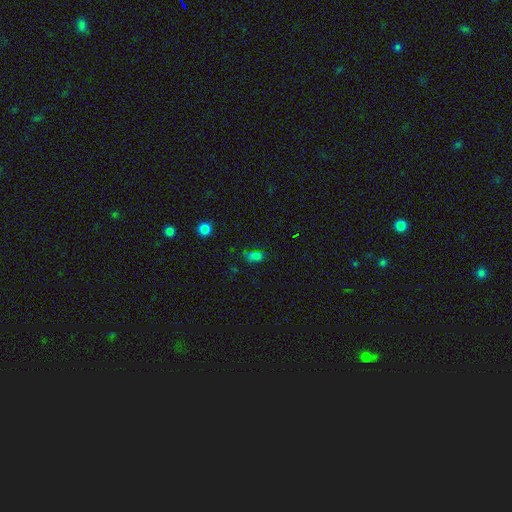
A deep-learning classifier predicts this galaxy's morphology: Smooth or featured: smooth — 69% (star or artifact — 24%)
How rounded: in between — 82% (round — 14%)
Merging: none — 54% (minor disturbance — 27%)